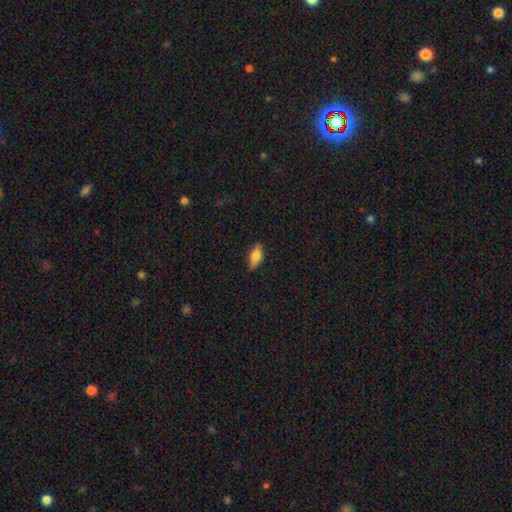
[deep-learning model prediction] smooth-or-featured: smooth: 72% | featured or disk: 20% | star or artifact: 7%
  how-rounded: in between: 78% | cigar-shaped: 18% | round: 4%
  merging: none: 82% | minor disturbance: 14% | major disturbance: 3% | merger: 1%